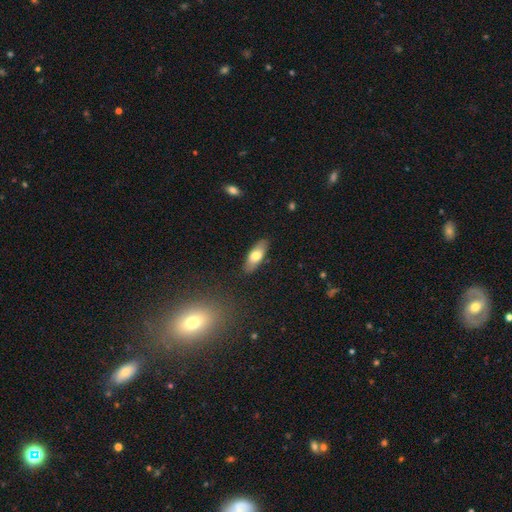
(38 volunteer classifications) A smooth galaxy with no disk features (66%) that is in between round and cigar-shaped (64%). Merging: none (86%).